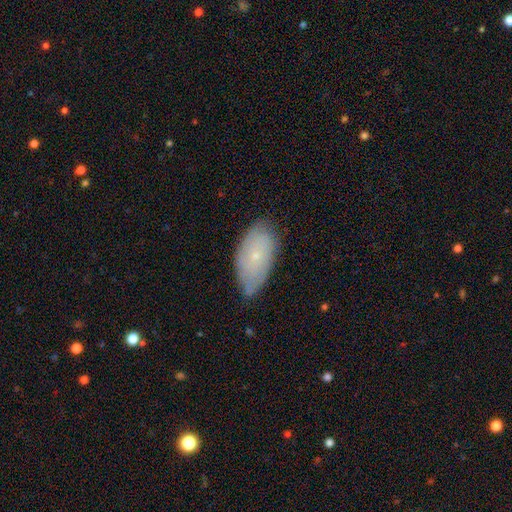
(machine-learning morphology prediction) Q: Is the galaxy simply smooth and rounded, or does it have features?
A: smooth — 58%.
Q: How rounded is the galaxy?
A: in between — 93%.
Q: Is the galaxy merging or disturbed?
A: none — 63%.